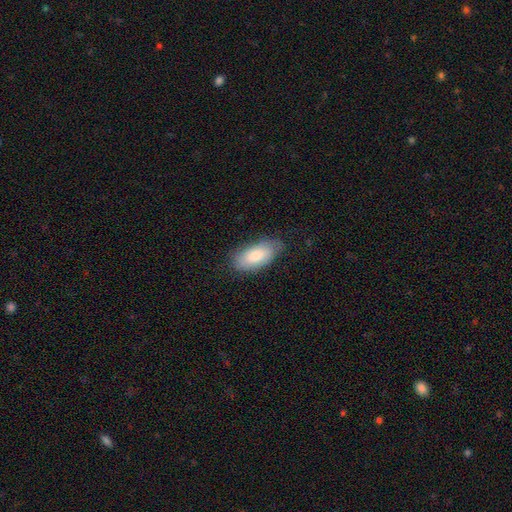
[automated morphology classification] type=smooth (80%); roundness=in between (91%); merging=none (74%).